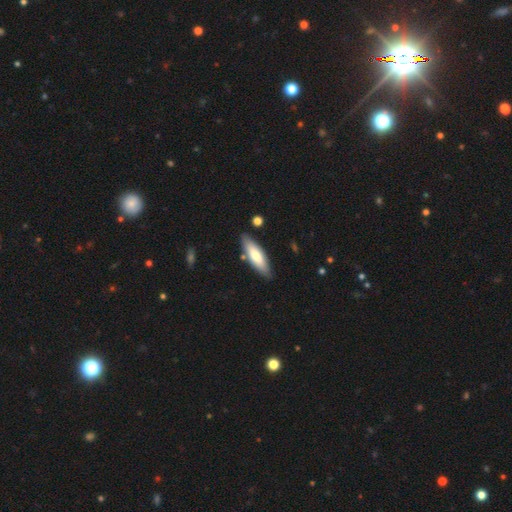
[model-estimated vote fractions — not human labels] A smooth galaxy with no disk features (68%) that is cigar-shaped (49%, tied with in between). Merging: none (84%).